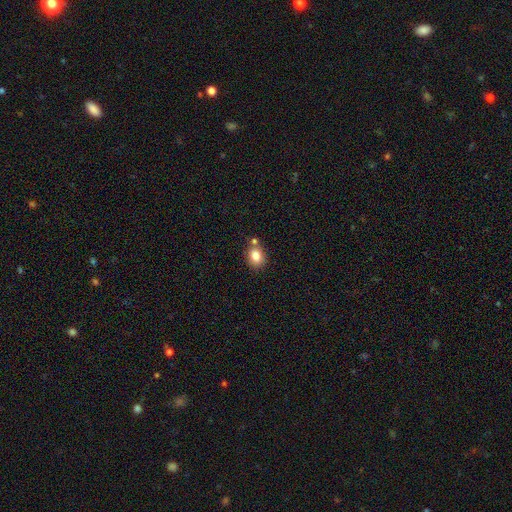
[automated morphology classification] Overall: smooth (82%). How rounded: round (54%; in between 45%). Merging: none (65%).